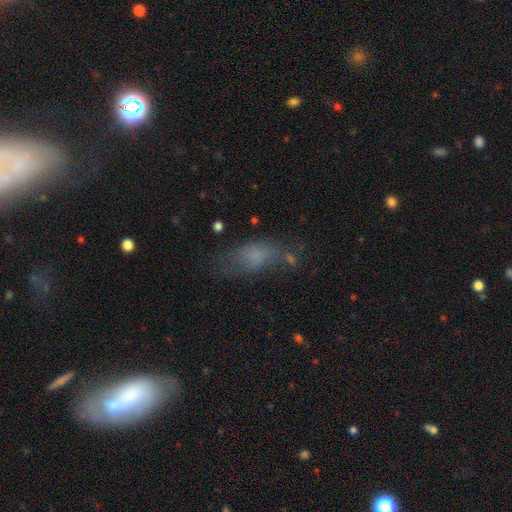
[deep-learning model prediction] The model was most divided on "merging": none: 49%, minor disturbance: 25%, major disturbance: 20%, merger: 6%. More confident: how rounded — in between (75%); smooth or featured — smooth (64%).